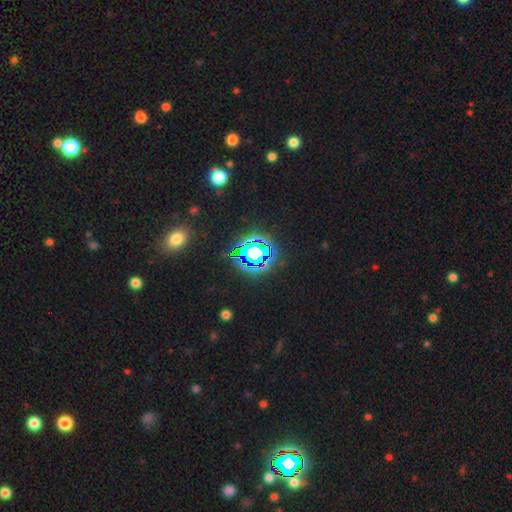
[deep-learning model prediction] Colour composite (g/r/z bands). It shows a star or artifact, not a galaxy (79%).